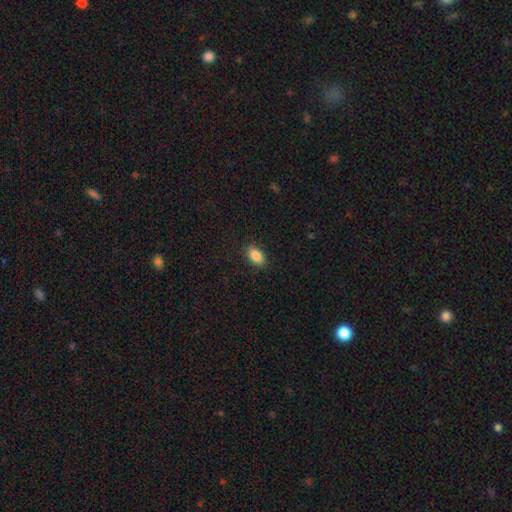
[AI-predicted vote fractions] Overall: smooth (87%). How rounded: in between (90%). Merging: none (87%).